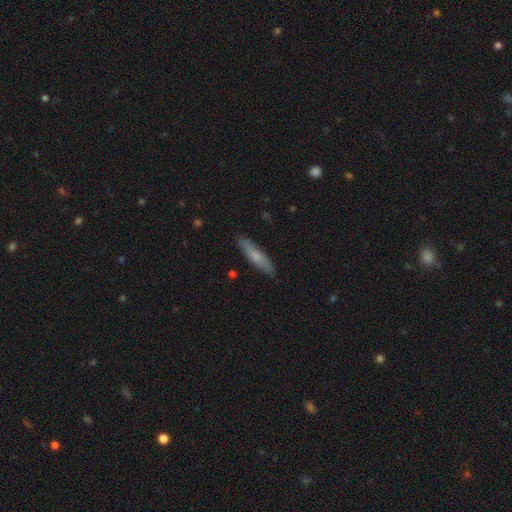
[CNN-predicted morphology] Smooth or featured: smooth — 68% (featured or disk — 26%)
How rounded: cigar-shaped — 83% (in between — 16%)
Merging: none — 87% (minor disturbance — 10%)